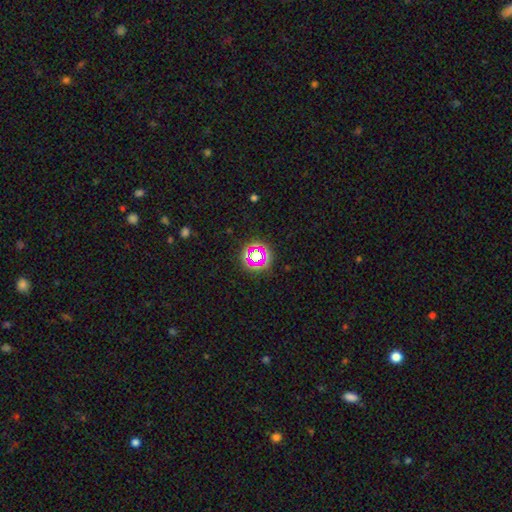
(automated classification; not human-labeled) Q: Smooth or featured?
A: star or artifact (56%); runner-up: smooth (30%)